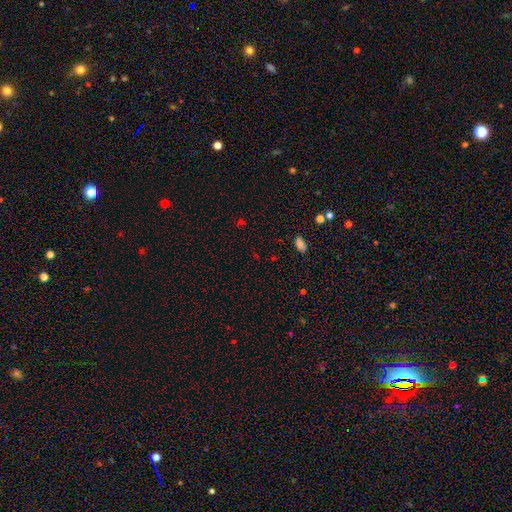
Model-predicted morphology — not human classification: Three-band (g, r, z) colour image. It shows a star or artifact, not a galaxy (53%).